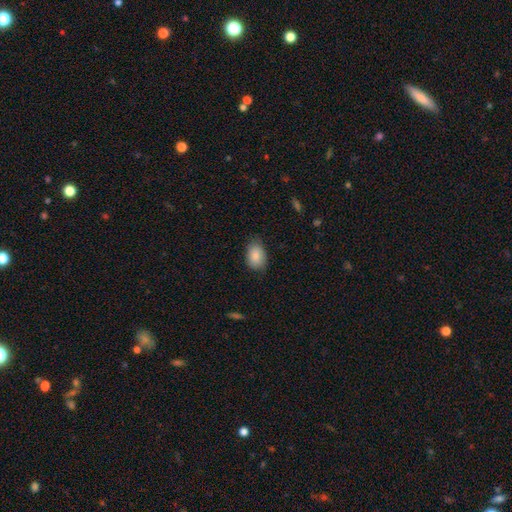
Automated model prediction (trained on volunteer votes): The model was most divided on "merging": none: 74%, minor disturbance: 21%, major disturbance: 4%, merger: 1%. More confident: smooth or featured — smooth (86%); how rounded — in between (83%).